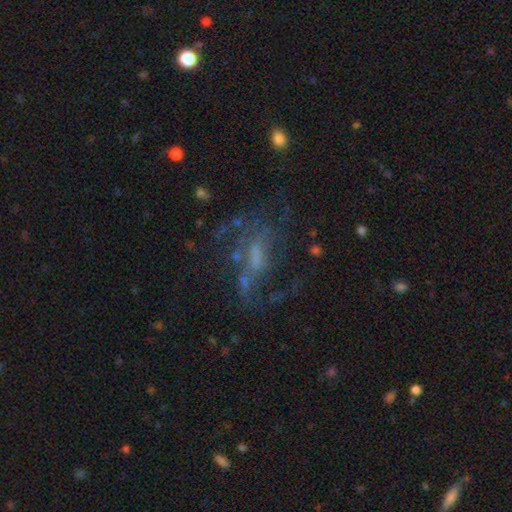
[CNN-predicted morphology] smooth-or-featured: featured or disk: 67% | smooth: 17% | star or artifact: 15%
  disk-edge-on: no: 94% | yes: 6%
    bar: weak: 42% | no: 40% | strong: 18%
    has-spiral-arms: yes: 68% | no: 32%
    bulge-size: none: 34% | moderate: 30% | small: 28% | large: 6% | dominant: 2%
  merging: none: 46% | major disturbance: 32% | minor disturbance: 17% | merger: 5%